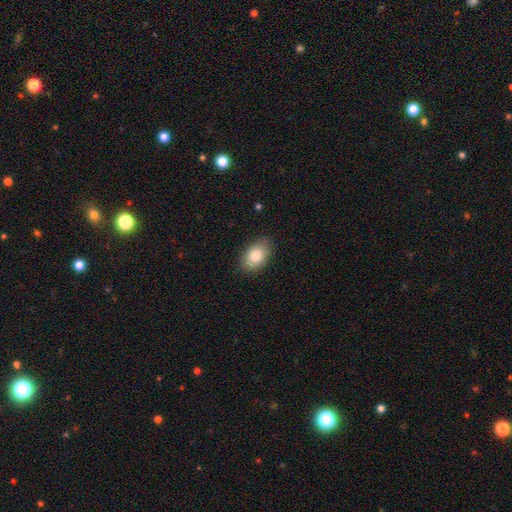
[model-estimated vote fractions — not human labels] This is clearly a smooth galaxy (82%). How rounded: clearly in between (85%). Merging: clearly none (83%).